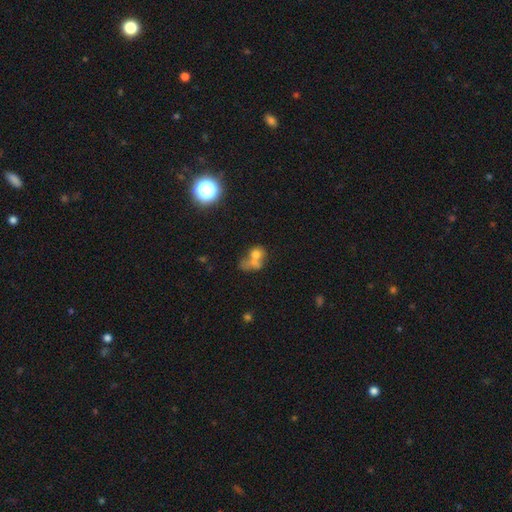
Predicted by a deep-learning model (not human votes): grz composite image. It shows a smooth galaxy with no disk features (61%) that is round (58%). Merging: merger (61%).